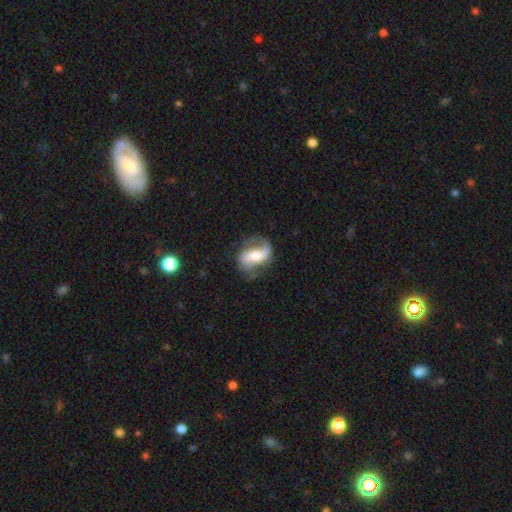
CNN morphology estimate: This is likely a featured or disk galaxy (75%). It is clearly not viewed edge-on (95%). Bar: marginally strong (37%). Spiral arm pattern: clearly yes (89%). Spiral arm count: clearly 2 (82%). Spiral winding: possibly loose (55%). Central bulge: possibly moderate (58%). Merging: likely none (67%).